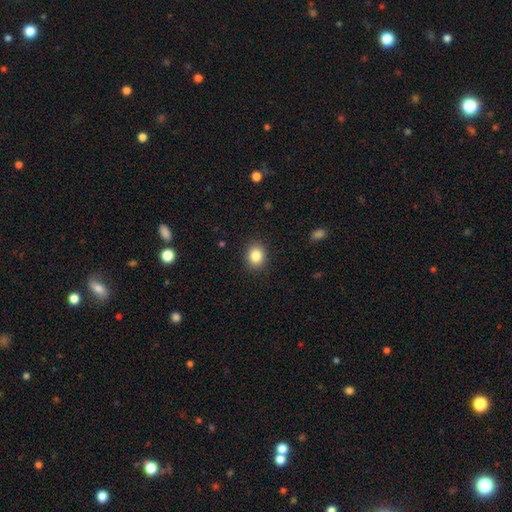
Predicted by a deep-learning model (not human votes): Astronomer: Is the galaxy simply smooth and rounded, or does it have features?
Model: smooth — 84%.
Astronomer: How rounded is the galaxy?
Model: round — 62% (runner-up: in between, 37%).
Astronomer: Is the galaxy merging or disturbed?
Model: none — 90%.